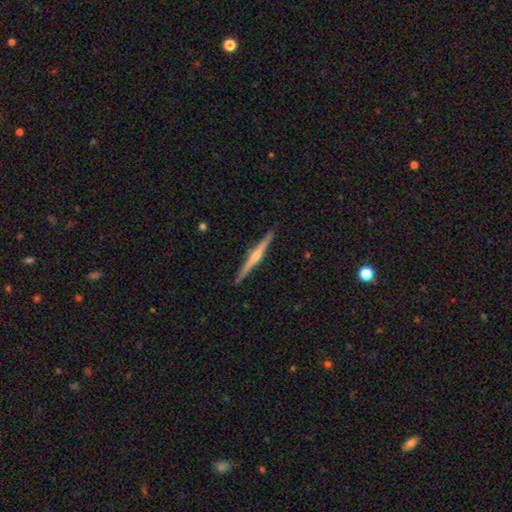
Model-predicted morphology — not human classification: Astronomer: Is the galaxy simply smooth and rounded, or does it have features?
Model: featured or disk — 76%.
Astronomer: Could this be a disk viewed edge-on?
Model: yes — 98%.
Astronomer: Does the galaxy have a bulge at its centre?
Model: rounded — 83%.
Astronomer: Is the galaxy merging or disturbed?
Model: none — 92%.